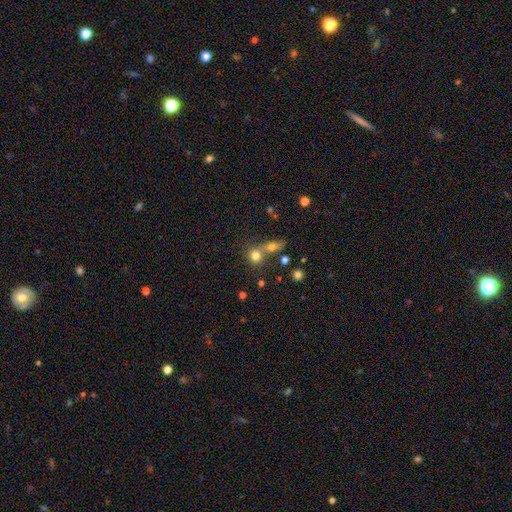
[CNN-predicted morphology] Q: Smooth or featured?
A: smooth (75%); runner-up: star or artifact (14%)
Q: How rounded?
A: round (79%); runner-up: in between (19%)
Q: Merging?
A: none (45%); runner-up: merger (43%)